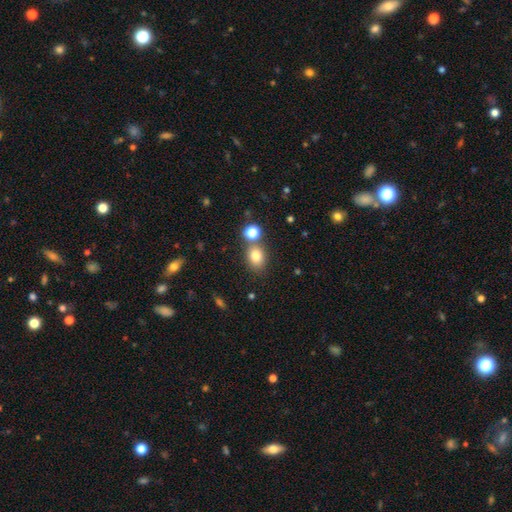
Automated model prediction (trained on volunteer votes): Q: Smooth or featured?
A: smooth (79%); runner-up: star or artifact (12%)
Q: How rounded?
A: in between (55%); runner-up: round (44%)
Q: Merging?
A: none (65%); runner-up: merger (20%)